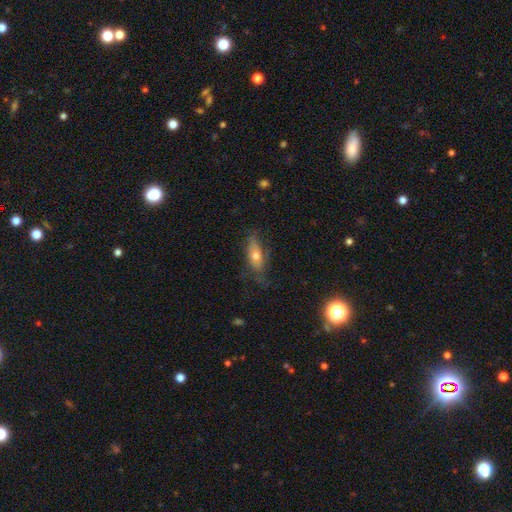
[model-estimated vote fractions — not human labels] Smooth or featured: smooth — 53% (featured or disk — 38%)
How rounded: in between — 69% (cigar-shaped — 26%)
Merging: none — 58% (minor disturbance — 27%)